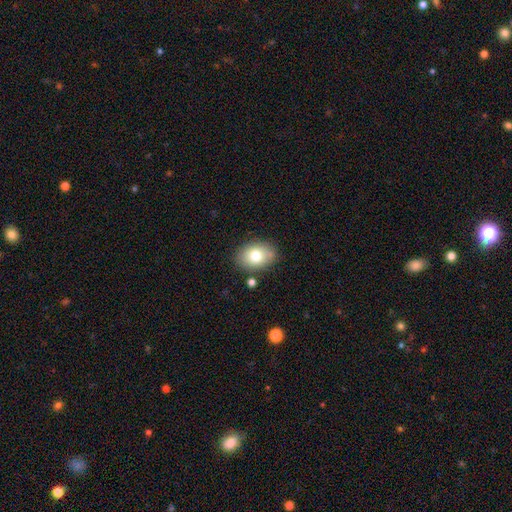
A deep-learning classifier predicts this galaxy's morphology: The model was most divided on "how rounded": in between: 72%, round: 27%, cigar-shaped: 1%. More confident: merging — none (80%); smooth or featured — smooth (77%).